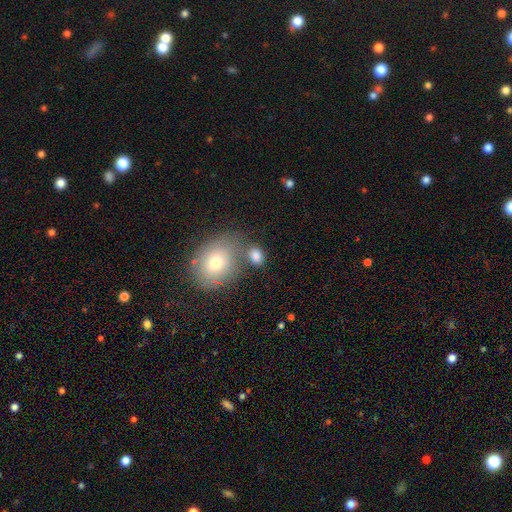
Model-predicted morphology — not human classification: Smooth or featured? smooth (79%)
How rounded? in between (66%)
Merging? none (56%)